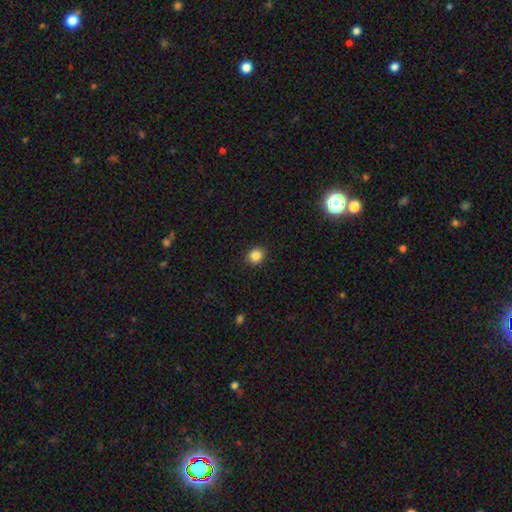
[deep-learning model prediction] This appears to be a smooth galaxy with no disk features (85%) that is round (72%). Merging: none (91%).